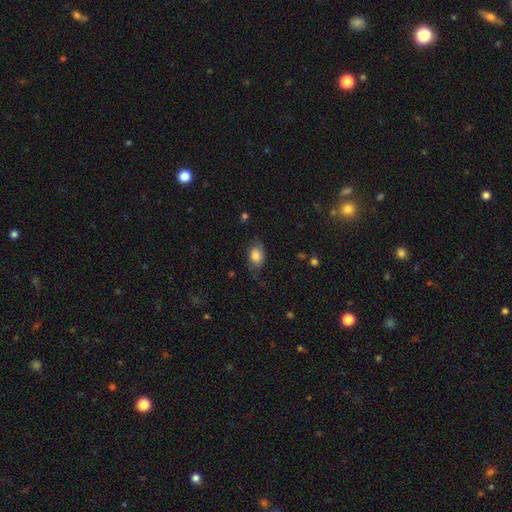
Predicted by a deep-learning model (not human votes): Q: Smooth or featured?
A: smooth (78%); runner-up: featured or disk (14%)
Q: How rounded?
A: in between (78%); runner-up: round (20%)
Q: Merging?
A: none (64%); runner-up: minor disturbance (26%)